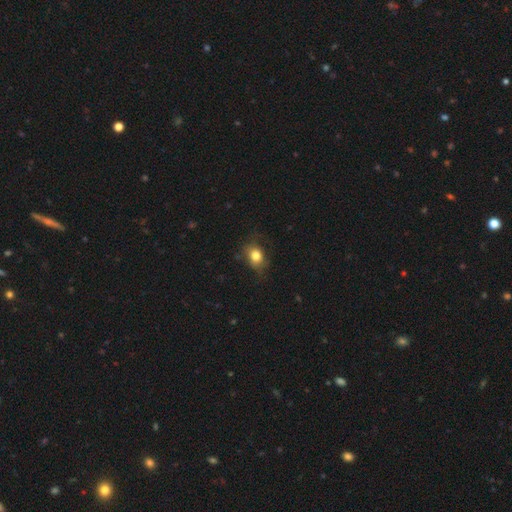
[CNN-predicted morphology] smooth 78%, featured or disk 12%, star or artifact 10%. Down the decision tree: how rounded — in between (52%); merging — none (62%).